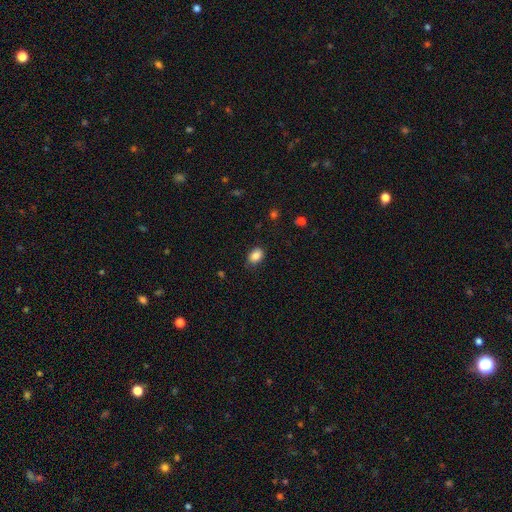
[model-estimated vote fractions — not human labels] The model was most divided on "how rounded": in between: 77%, round: 21%, cigar-shaped: 1%. More confident: smooth or featured — smooth (86%); merging — none (80%).